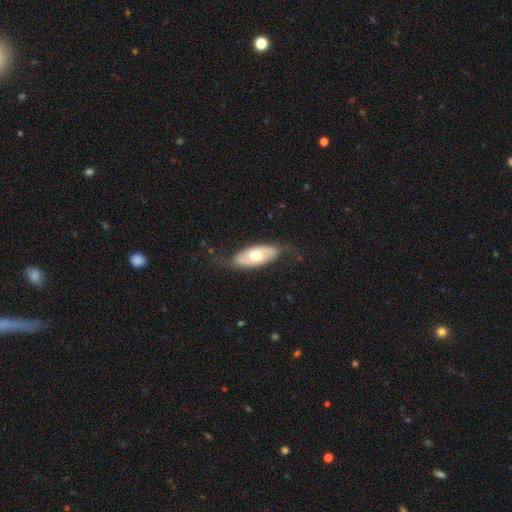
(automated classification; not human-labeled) Morphology: type=featured or disk (53%); edge-on=no (82%); merging=none (70%).